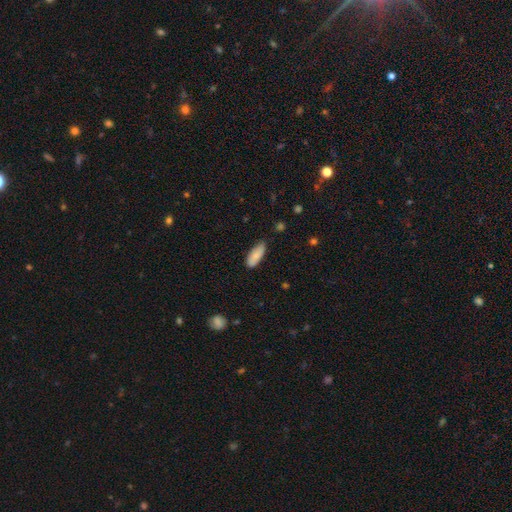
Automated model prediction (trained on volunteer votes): Q: Smooth or featured?
A: smooth (82%); runner-up: featured or disk (11%)
Q: How rounded?
A: in between (73%); runner-up: cigar-shaped (25%)
Q: Merging?
A: none (75%); runner-up: minor disturbance (21%)